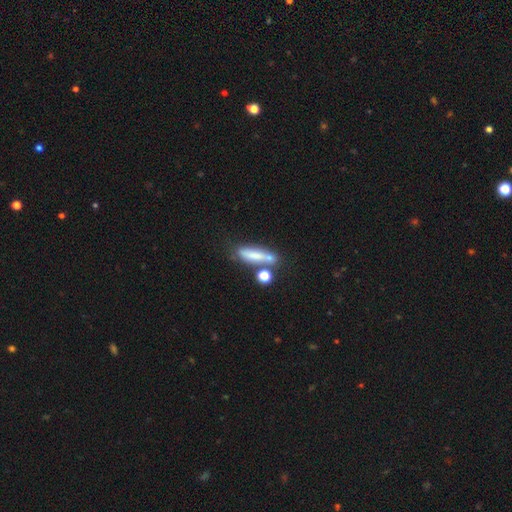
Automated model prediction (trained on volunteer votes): A smooth galaxy with no disk features (68%) that is cigar-shaped (63%).

Vote fractions:
- Smooth or featured? smooth: 68% / featured or disk: 21% / star or artifact: 11%
- How rounded? cigar-shaped: 63% / in between: 30% / round: 7%
- Merging? none: 48% / merger: 25% / minor disturbance: 17% / major disturbance: 10%